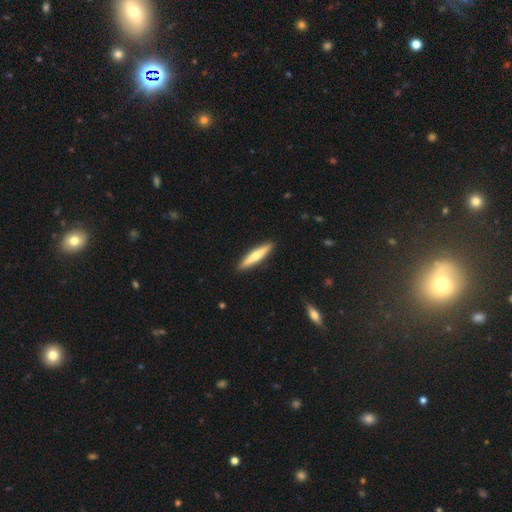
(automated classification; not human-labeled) Overall: smooth (53%; featured or disk 42%). How rounded: cigar-shaped (90%). Merging: none (92%).